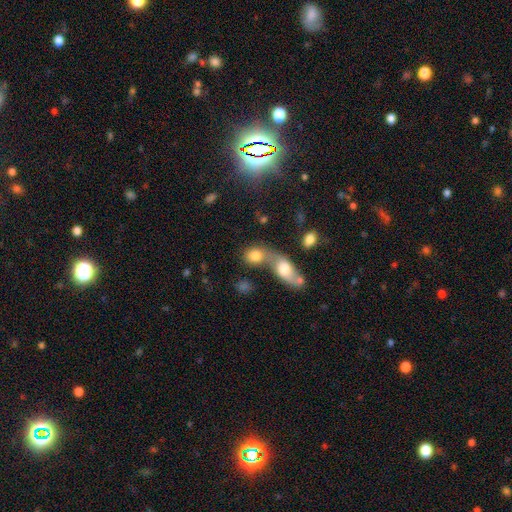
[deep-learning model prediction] This is likely a smooth galaxy (77%). How rounded: possibly in between (54%). Merging: possibly merger (57%).